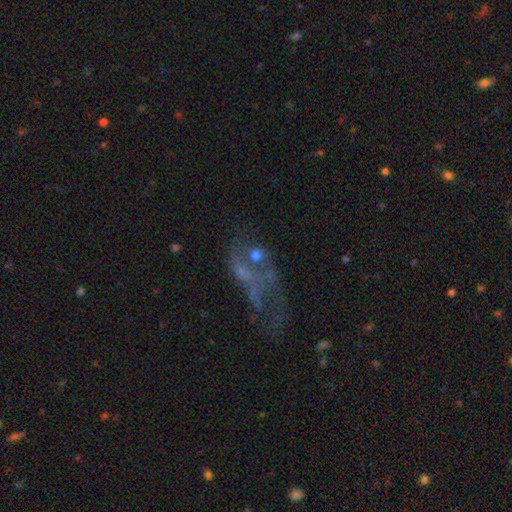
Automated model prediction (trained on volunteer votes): featured or disk 40%, smooth 38%, star or artifact 22%. Down the decision tree: merging — major disturbance (35%).